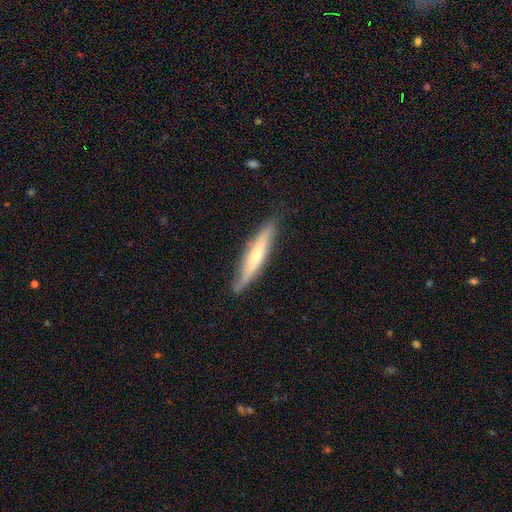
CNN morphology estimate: Q: Smooth or featured?
A: smooth (48%); runner-up: featured or disk (47%)
Q: Merging?
A: none (80%); runner-up: minor disturbance (16%)